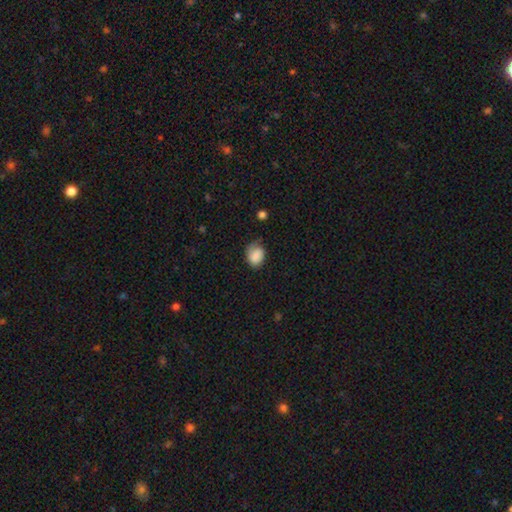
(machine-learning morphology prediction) type=smooth (81%); roundness=in between (63%); merging=none (50%).